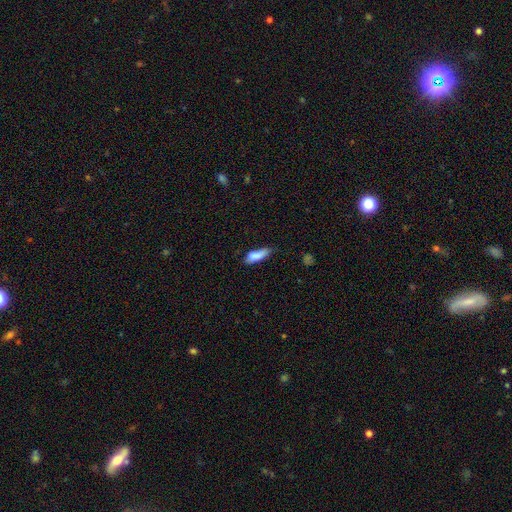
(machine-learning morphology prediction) A smooth galaxy with no disk features (82%) that is in between round and cigar-shaped (54%). Merging: none (50%).